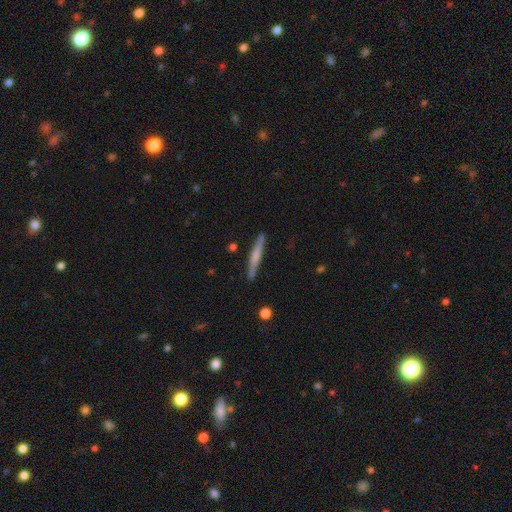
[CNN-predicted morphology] Smooth or featured: featured or disk — 50% (smooth — 44%)
Edge-on disk: yes — 97% (no — 3%)
Merging: none — 88% (minor disturbance — 9%)